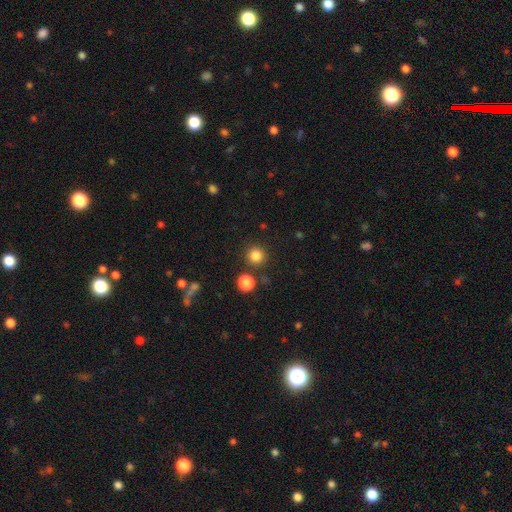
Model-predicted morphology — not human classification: Smooth or featured? smooth (83%)
How rounded? round (95%)
Merging? none (87%)